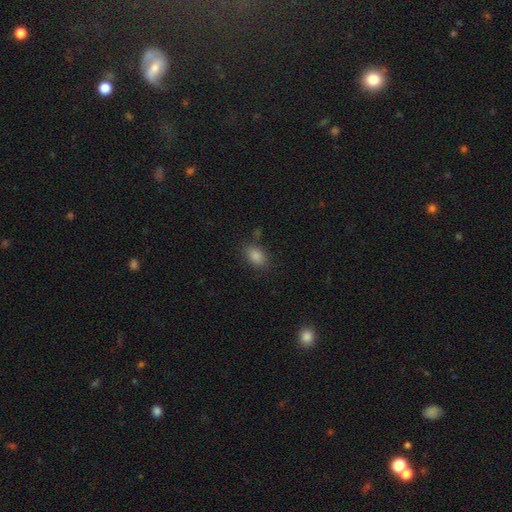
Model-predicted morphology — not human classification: Smooth or featured? smooth (82%)
How rounded? in between (81%)
Merging? none (82%)